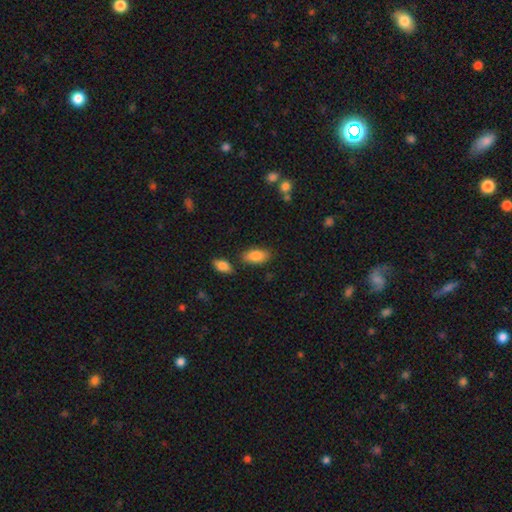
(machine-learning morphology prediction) Smooth or featured?
  - smooth: 86% *
  - featured or disk: 7%
  - star or artifact: 7%
How rounded?
  - in between: 91% *
  - cigar-shaped: 6%
  - round: 3%
Merging?
  - none: 79% *
  - minor disturbance: 13%
  - merger: 6%
  - major disturbance: 3%